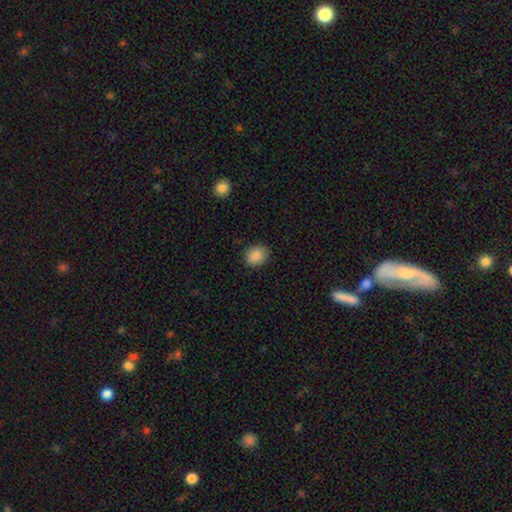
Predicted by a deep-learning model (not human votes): This appears to be a smooth galaxy with no disk features (89%) that is round (53%). Merging: none (86%).